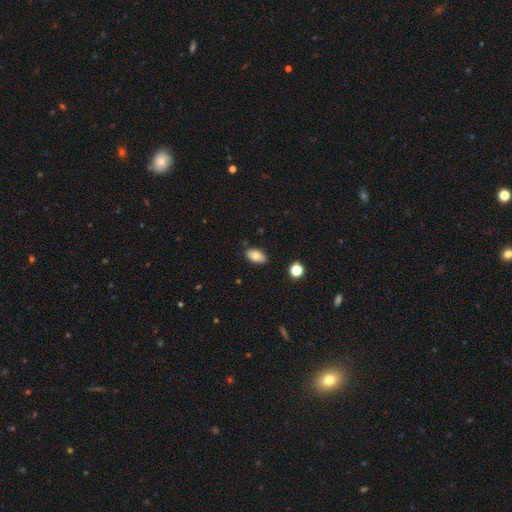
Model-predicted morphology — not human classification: A smooth galaxy with no disk features (79%) that is in between round and cigar-shaped (92%).

Vote fractions:
- Smooth or featured? smooth: 79% / featured or disk: 13% / star or artifact: 8%
- How rounded? in between: 92% / round: 6% / cigar-shaped: 2%
- Merging? none: 85% / minor disturbance: 11% / major disturbance: 2% / merger: 2%